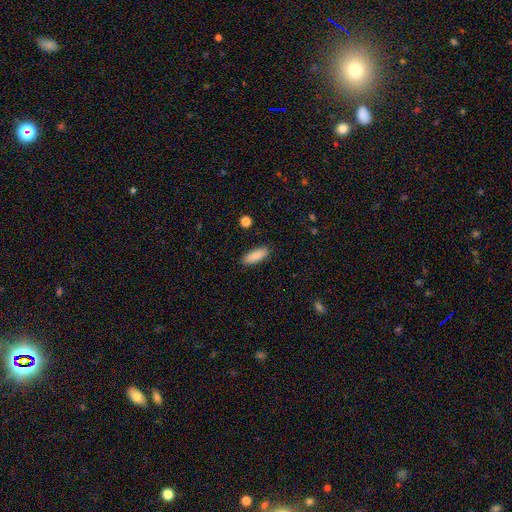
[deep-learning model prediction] smooth_or_featured: smooth (p=0.88) [alt: star or artifact p=0.06]
how_rounded: in between (p=0.69) [alt: cigar-shaped p=0.29]
merging: none (p=0.88) [alt: minor disturbance p=0.08]